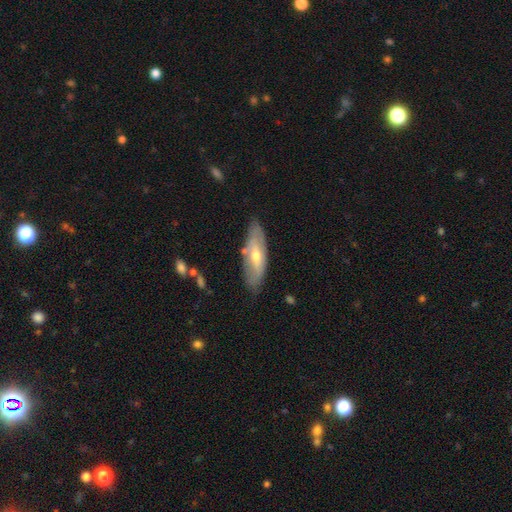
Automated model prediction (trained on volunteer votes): smooth-or-featured: featured or disk: 51% | smooth: 43% | star or artifact: 6%
  disk-edge-on: no: 60% | yes: 40%
  merging: none: 79% | minor disturbance: 15% | major disturbance: 3% | merger: 3%